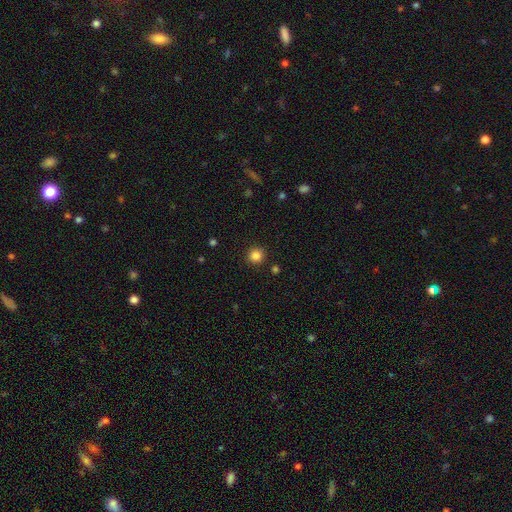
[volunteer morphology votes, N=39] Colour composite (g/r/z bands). It shows a smooth galaxy with no disk features (92%) that is round (97%). Merging: none (92%).